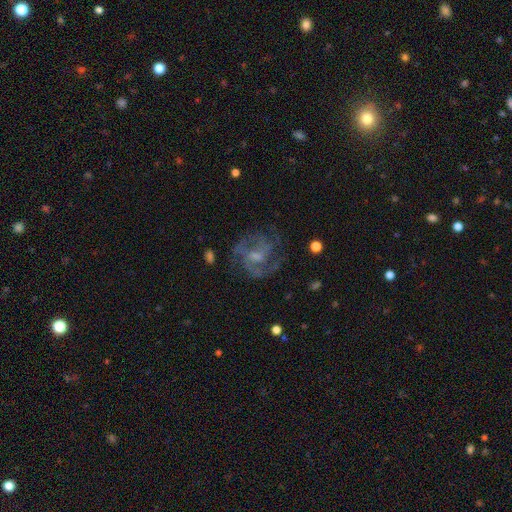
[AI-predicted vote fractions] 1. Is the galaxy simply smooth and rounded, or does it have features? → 83% featured or disk, 9% smooth, 8% star or artifact.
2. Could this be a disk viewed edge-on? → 98% no, 2% yes.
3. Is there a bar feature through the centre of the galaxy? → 49% weak, 39% no, 12% strong.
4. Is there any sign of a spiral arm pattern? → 93% yes, 7% no.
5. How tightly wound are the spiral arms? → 53% medium, 32% tight, 16% loose.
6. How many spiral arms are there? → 33% 3, 30% 2, 18% can't tell, 9% 4, 5% 1, 5% more than 4.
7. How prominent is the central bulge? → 46% small, 37% moderate, 13% none, 3% large, 1% dominant.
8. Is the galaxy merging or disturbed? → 70% none, 16% minor disturbance, 12% major disturbance, 2% merger.